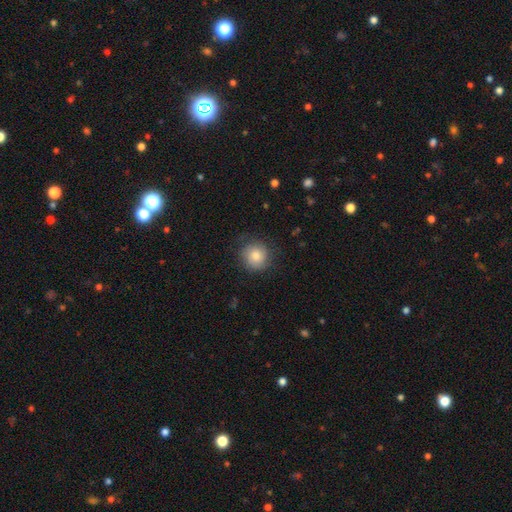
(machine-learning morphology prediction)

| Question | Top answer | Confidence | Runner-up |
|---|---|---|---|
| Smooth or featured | smooth | 67% | featured or disk (24%) |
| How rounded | round | 91% | in between (8%) |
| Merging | none | 76% | minor disturbance (17%) |